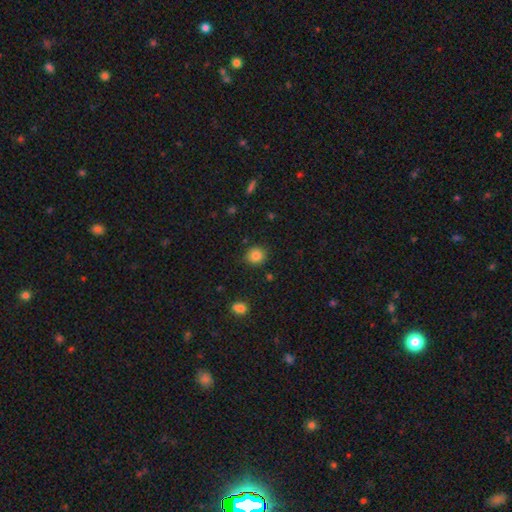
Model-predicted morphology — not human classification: smooth 84%, star or artifact 10%, featured or disk 5%. Down the decision tree: how rounded — round (82%); merging — none (85%).